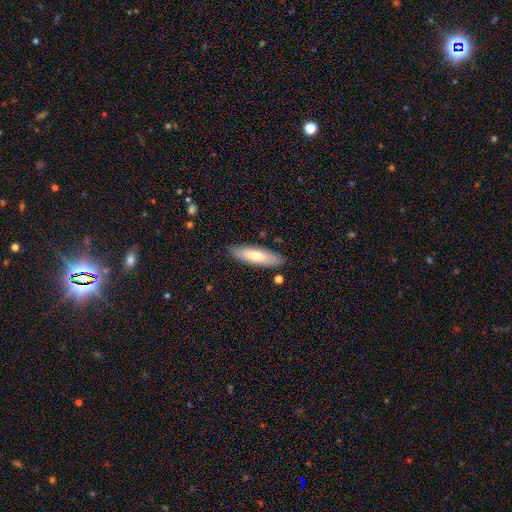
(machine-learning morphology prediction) A smooth galaxy with no disk features (66%) that is cigar-shaped (56%). Merging: none (86%).